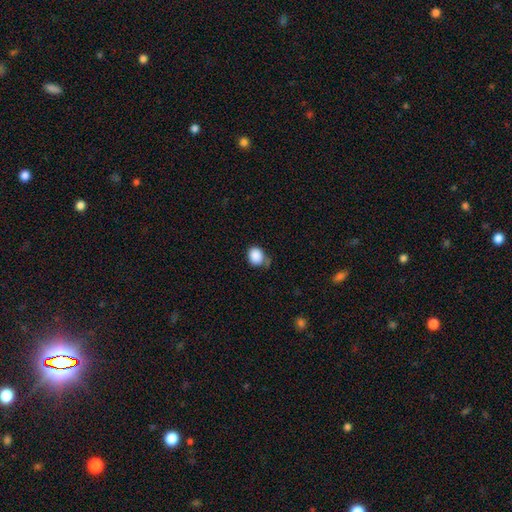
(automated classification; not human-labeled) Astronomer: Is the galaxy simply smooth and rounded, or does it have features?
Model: smooth — 88%.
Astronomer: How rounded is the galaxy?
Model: round — 61% (runner-up: in between, 38%).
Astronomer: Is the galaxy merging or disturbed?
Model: none — 56%.